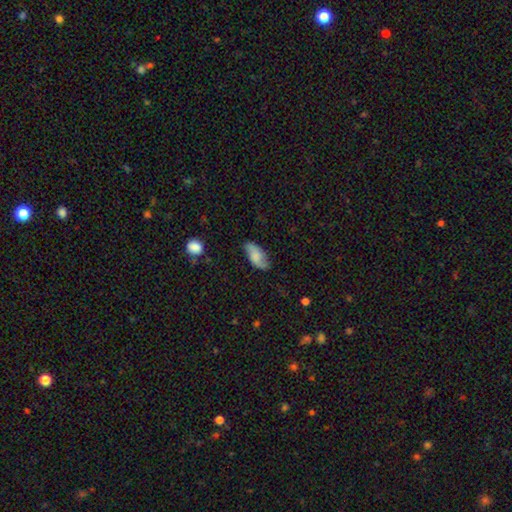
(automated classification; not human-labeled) Q: Smooth or featured?
A: smooth (69%); runner-up: featured or disk (24%)
Q: How rounded?
A: in between (90%); runner-up: cigar-shaped (8%)
Q: Merging?
A: none (70%); runner-up: minor disturbance (23%)